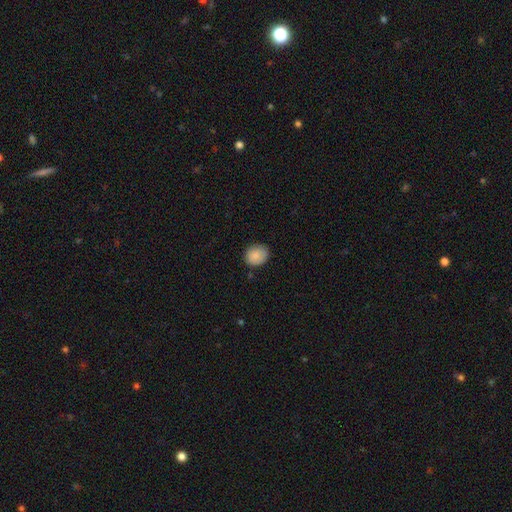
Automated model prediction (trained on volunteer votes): Morphology: type=smooth (87%); roundness=round (65%); merging=none (81%).